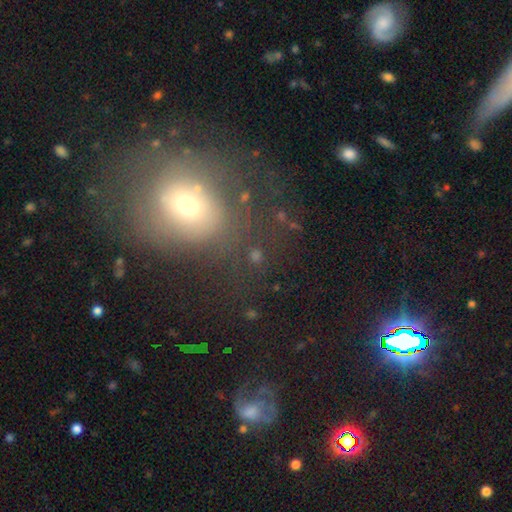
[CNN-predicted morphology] Smooth or featured? Predicted: smooth (p=0.57). How rounded? Predicted: round (p=0.73). Merging? Predicted: none (p=0.73).